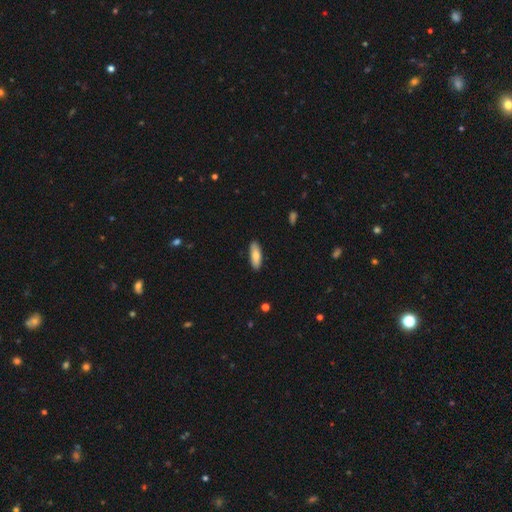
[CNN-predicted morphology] Smooth or featured? Predicted: smooth (p=0.77). How rounded? Predicted: in between (p=0.58). Merging? Predicted: none (p=0.89).